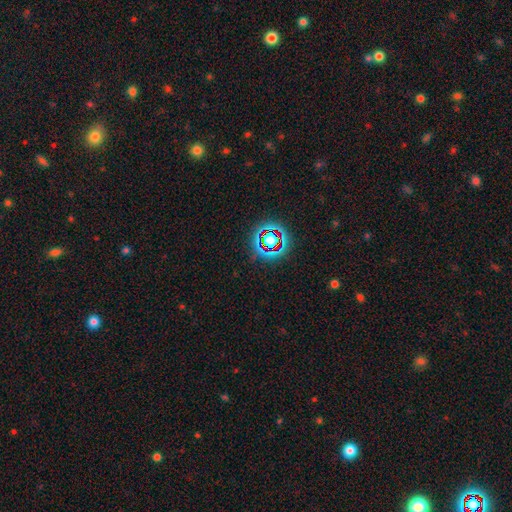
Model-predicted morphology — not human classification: A star or artifact, not a galaxy (56%).